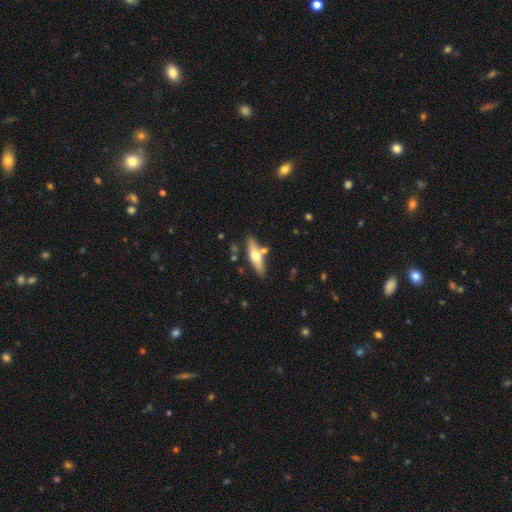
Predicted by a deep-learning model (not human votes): smooth 47% (tied), featured or disk 47% (tied), star or artifact 6%. Down the decision tree: merging — none (77%).